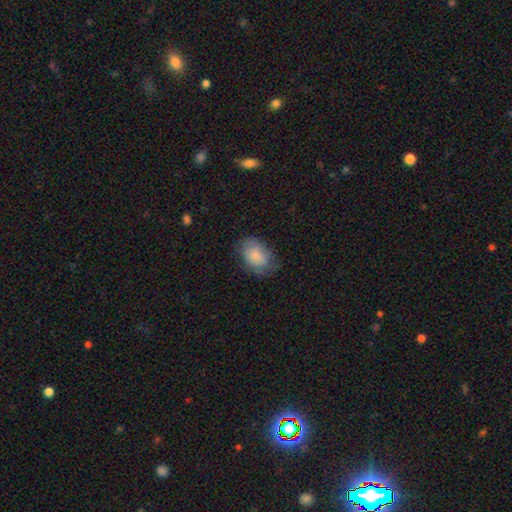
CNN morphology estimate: This appears to be a smooth galaxy with no disk features (76%) that is in between round and cigar-shaped (83%). Merging: none (66%).